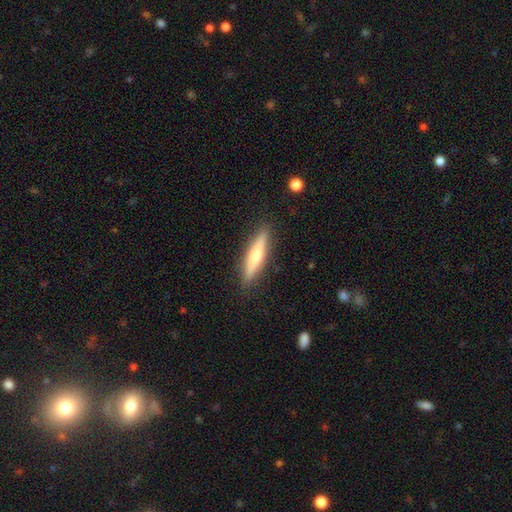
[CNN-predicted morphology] Overall: featured or disk (48%; smooth 46%). Merging: none (90%).